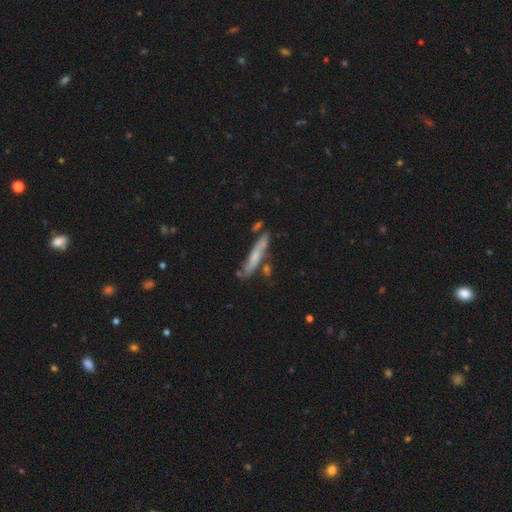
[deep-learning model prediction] Q: Smooth or featured?
A: smooth (49%); runner-up: featured or disk (44%)
Q: Merging?
A: none (69%); runner-up: minor disturbance (18%)